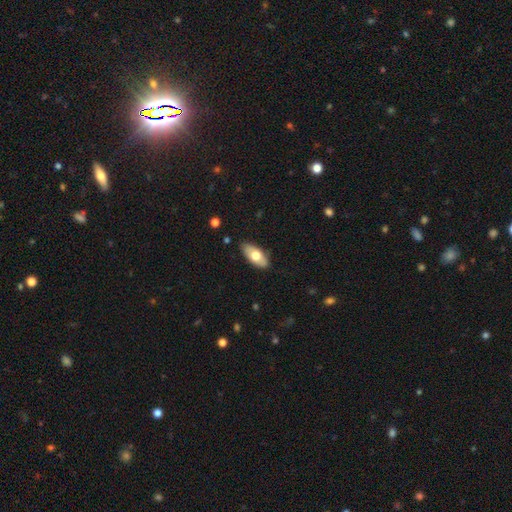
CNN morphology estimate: This appears to be a smooth galaxy with no disk features (67%) that is in between round and cigar-shaped (89%). Merging: none (84%).